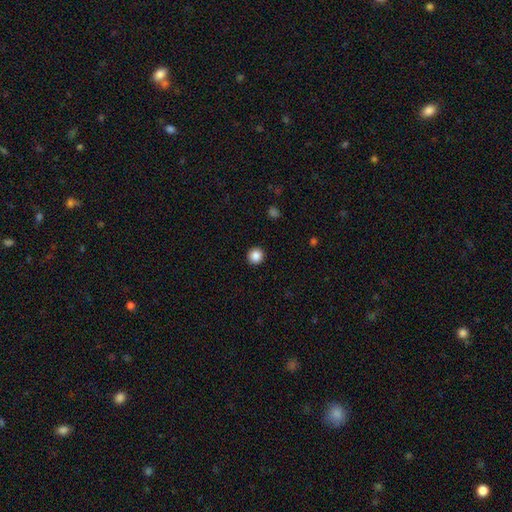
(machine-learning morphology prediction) Smooth or featured? Predicted: smooth (p=0.87). How rounded? Predicted: round (p=0.95). Merging? Predicted: none (p=0.93).